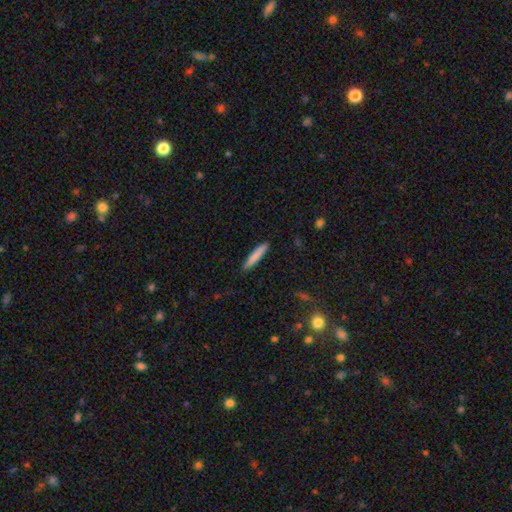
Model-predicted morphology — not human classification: Smooth or featured: smooth — 82% (featured or disk — 12%)
How rounded: cigar-shaped — 93% (in between — 6%)
Merging: none — 89% (minor disturbance — 8%)